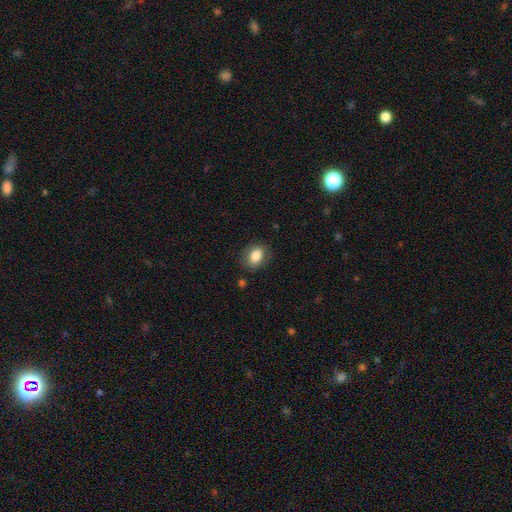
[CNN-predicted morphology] A smooth galaxy with no disk features (83%) that is in between round and cigar-shaped (67%).

Vote fractions:
- Smooth or featured? smooth: 83% / featured or disk: 9% / star or artifact: 8%
- How rounded? in between: 67% / round: 32% / cigar-shaped: 1%
- Merging? none: 82% / minor disturbance: 13% / major disturbance: 4% / merger: 2%